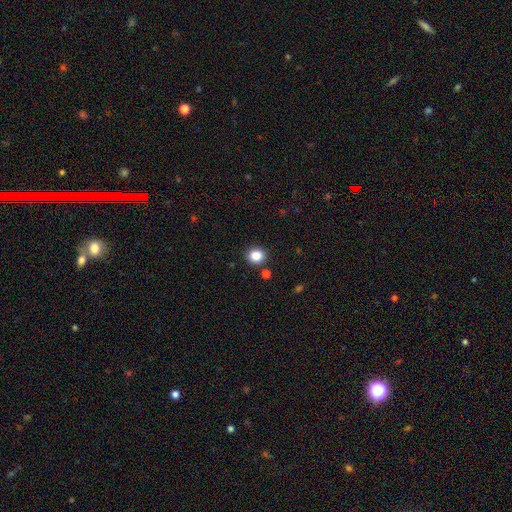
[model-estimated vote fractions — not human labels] smooth 84%, star or artifact 11%, featured or disk 5%. Down the decision tree: how rounded — round (82%); merging — none (89%).